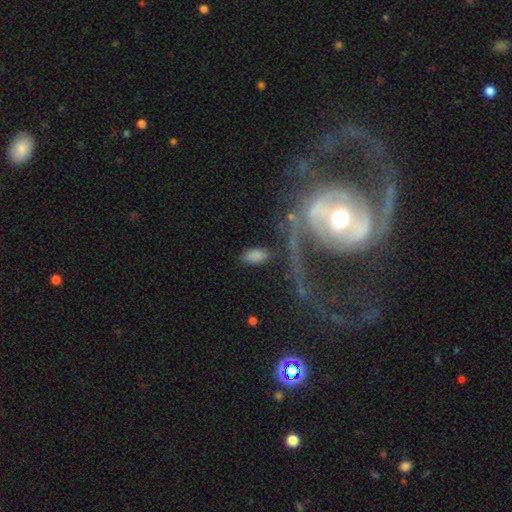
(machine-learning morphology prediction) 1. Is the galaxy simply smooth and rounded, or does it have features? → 82% smooth, 9% featured or disk, 9% star or artifact.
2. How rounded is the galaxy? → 94% in between, 3% round, 2% cigar-shaped.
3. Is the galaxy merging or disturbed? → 76% none, 13% minor disturbance, 6% major disturbance, 4% merger.